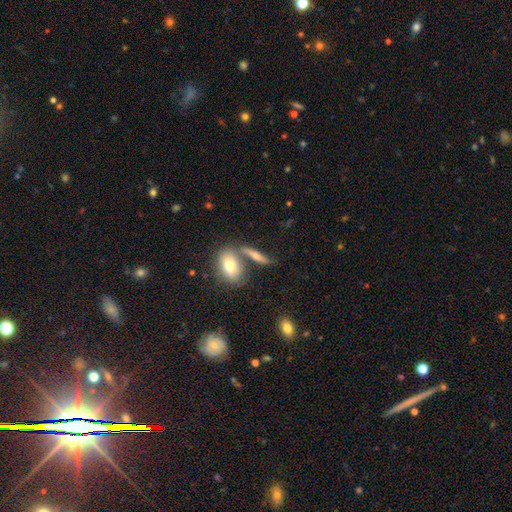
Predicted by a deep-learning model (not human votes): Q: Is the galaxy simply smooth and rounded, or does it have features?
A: smooth — 55%.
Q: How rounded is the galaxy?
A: cigar-shaped — 55%.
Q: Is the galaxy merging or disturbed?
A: none — 55%.